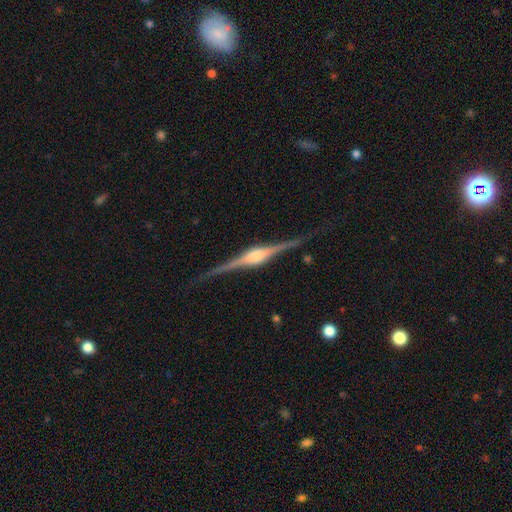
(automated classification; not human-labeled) Overall: featured or disk (89%). Edge-on disk: yes (98%). Edge-on bulge: rounded (83%). Merging: none (88%).